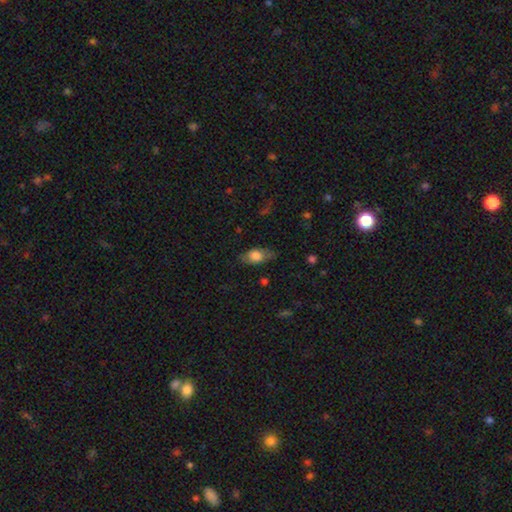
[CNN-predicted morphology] A smooth galaxy with no disk features (69%) that is in between round and cigar-shaped (88%). Merging: none (74%).